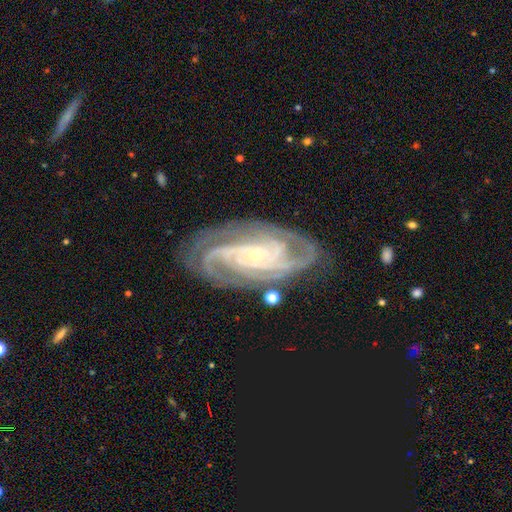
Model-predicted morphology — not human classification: smooth_or_featured: featured or disk (p=0.90) [alt: star or artifact p=0.06]
disk_edge_on: no (p=0.96) [alt: yes p=0.04]
bar: no (p=0.65) [alt: weak p=0.23]
has_spiral_arms: yes (p=0.98) [alt: no p=0.02]
spiral_winding: tight (p=0.67) [alt: medium p=0.29]
spiral_arm_count: 3 (p=0.32) [alt: 4 p=0.22]
bulge_size: small (p=0.84) [alt: moderate p=0.11]
merging: none (p=0.78) [alt: minor disturbance p=0.15]